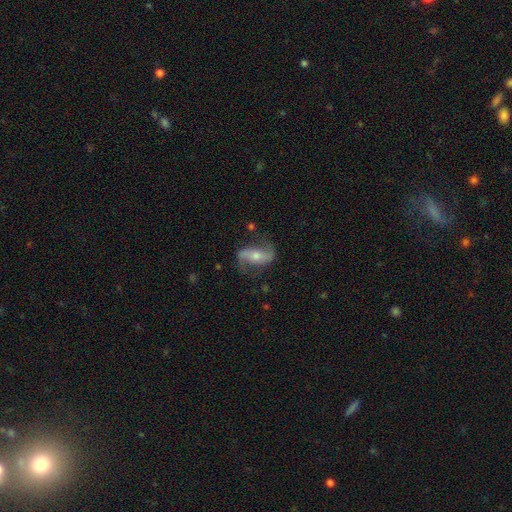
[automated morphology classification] Smooth or featured?
  - featured or disk: 79% *
  - smooth: 14%
  - star or artifact: 7%
Edge-on disk?
  - no: 93% *
  - yes: 7%
Bar?
  - strong: 38% *
  - no: 33%
  - weak: 29%
Spiral arms?
  - yes: 92% *
  - no: 8%
Spiral winding?
  - loose: 61% *
  - medium: 29%
  - tight: 10%
Spiral arm count?
  - 2: 91% *
  - can't tell: 3%
  - 1: 2%
  - 3: 1%
  - 4: 1%
  - more than 4: 1%
Bulge size?
  - moderate: 50% *
  - small: 43%
  - large: 4%
  - none: 3%
  - dominant: 1%
Merging?
  - none: 74% *
  - minor disturbance: 16%
  - major disturbance: 8%
  - merger: 2%